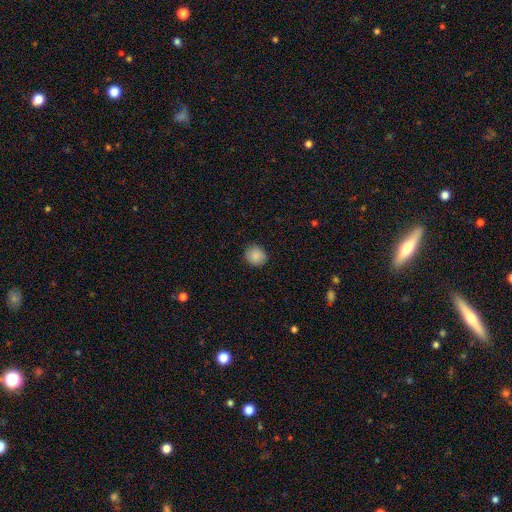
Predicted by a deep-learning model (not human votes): smooth_or_featured: smooth (p=0.87) [alt: star or artifact p=0.09]
how_rounded: round (p=0.85) [alt: in between p=0.14]
merging: none (p=0.89) [alt: minor disturbance p=0.08]